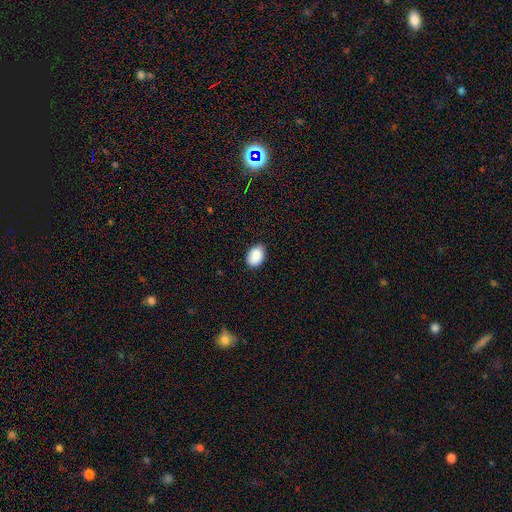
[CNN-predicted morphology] This is clearly a smooth galaxy (89%). How rounded: clearly in between (85%). Merging: clearly none (83%).